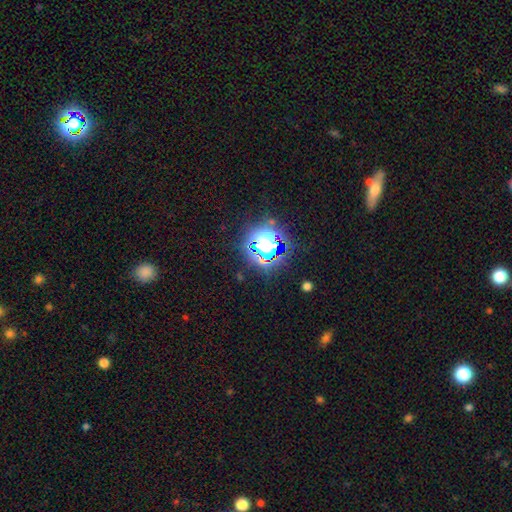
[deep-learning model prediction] Smooth or featured: star or artifact — 72% (smooth — 18%)